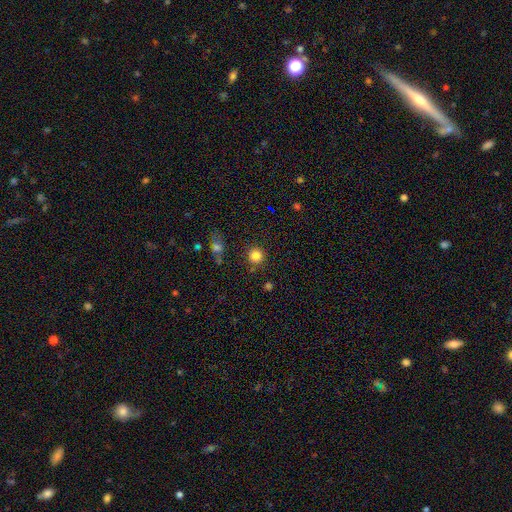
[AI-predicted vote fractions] Smooth or featured? smooth (84%)
How rounded? round (93%)
Merging? none (86%)